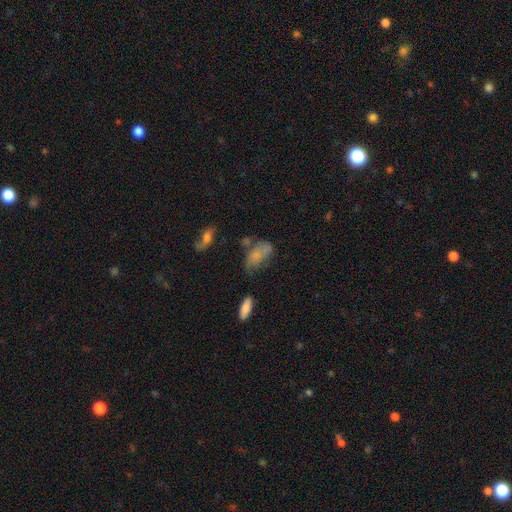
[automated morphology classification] A smooth galaxy with no disk features (60%) that is in between round and cigar-shaped (84%). Merging: none (39%).